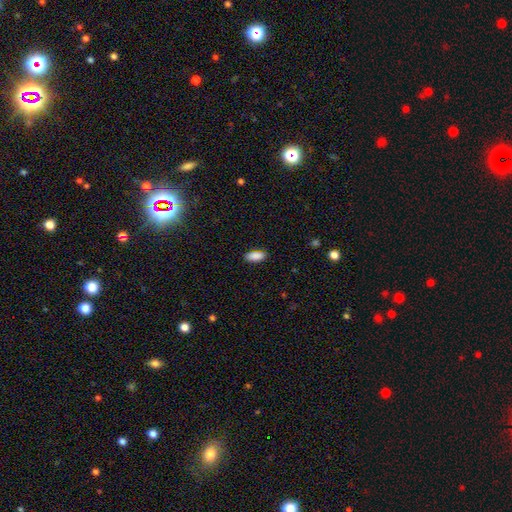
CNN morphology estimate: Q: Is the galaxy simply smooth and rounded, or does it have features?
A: smooth — 89%.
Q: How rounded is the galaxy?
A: in between — 86%.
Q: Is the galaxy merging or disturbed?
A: none — 87%.